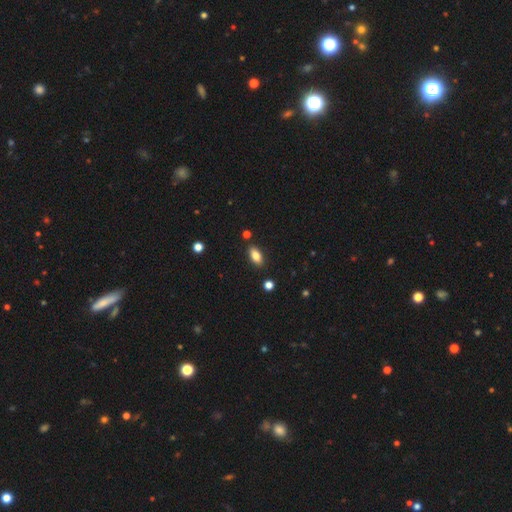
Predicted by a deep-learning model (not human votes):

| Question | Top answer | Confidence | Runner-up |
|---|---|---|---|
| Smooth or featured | smooth | 82% | featured or disk (10%) |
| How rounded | in between | 89% | cigar-shaped (7%) |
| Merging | none | 86% | minor disturbance (9%) |